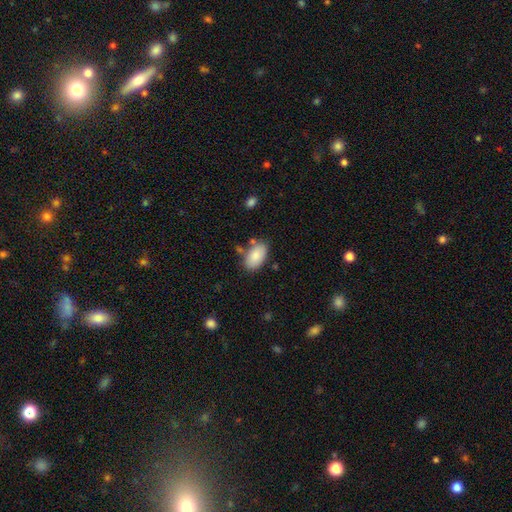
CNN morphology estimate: The model was most divided on "merging": none: 75%, minor disturbance: 15%, merger: 6%, major disturbance: 4%. More confident: how rounded — in between (95%); smooth or featured — smooth (86%).